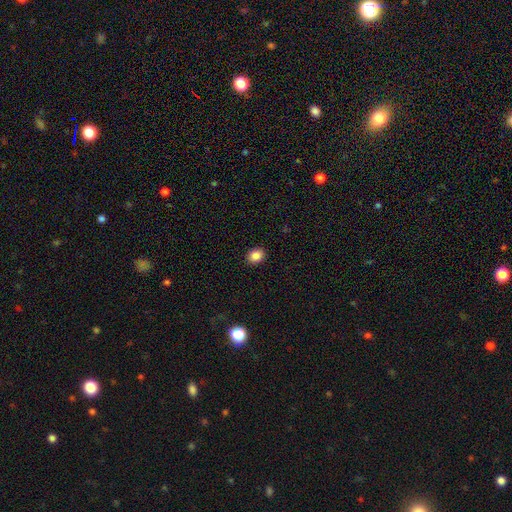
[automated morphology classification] This is clearly a smooth galaxy (86%). How rounded: possibly round (54%). Merging: clearly none (91%).